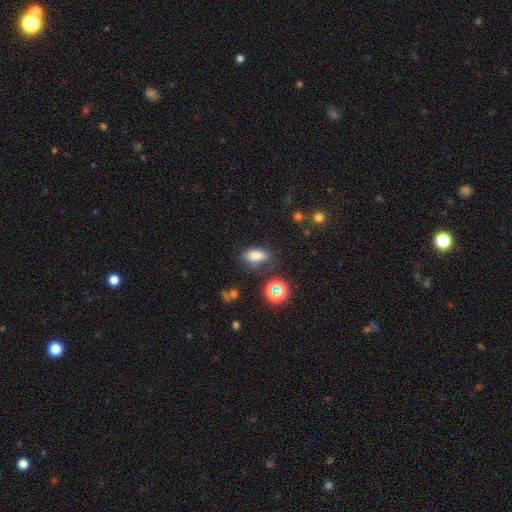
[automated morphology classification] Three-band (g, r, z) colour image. It shows a smooth galaxy with no disk features (78%) that is in between round and cigar-shaped (87%). Merging: none (70%).